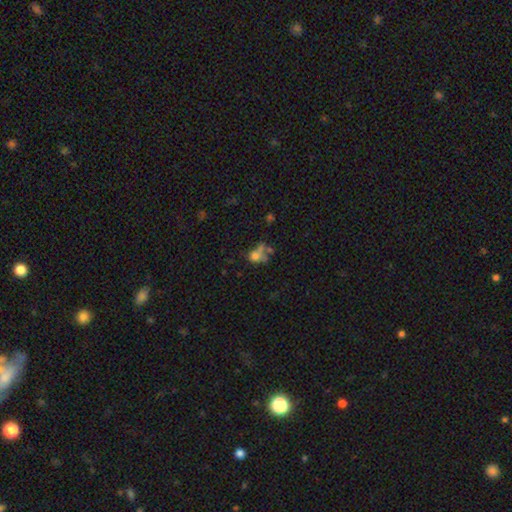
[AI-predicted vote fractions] smooth_or_featured: smooth (p=0.58) [alt: featured or disk p=0.23]
how_rounded: round (p=0.56) [alt: in between p=0.42]
merging: merger (p=0.35) [alt: none p=0.30]